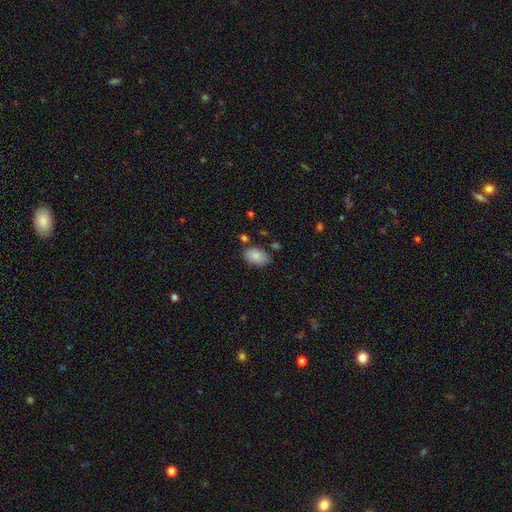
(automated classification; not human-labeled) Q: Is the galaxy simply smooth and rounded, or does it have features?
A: smooth — 84%.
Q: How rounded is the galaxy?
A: in between — 89%.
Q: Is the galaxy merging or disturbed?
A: none — 78%.